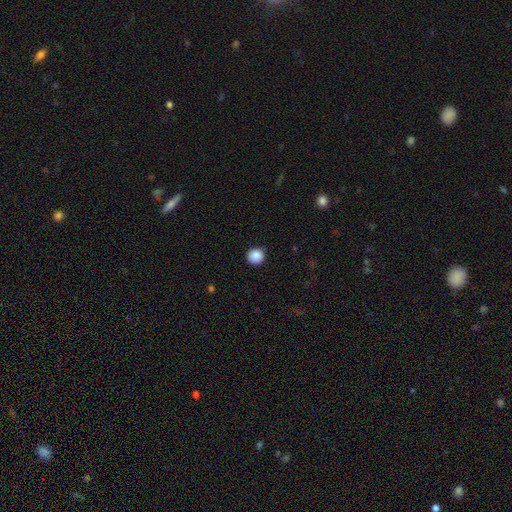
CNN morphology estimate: Overall: smooth (88%). How rounded: round (94%). Merging: none (91%).